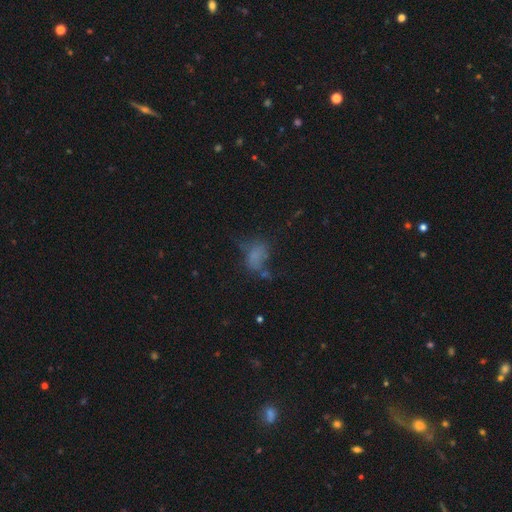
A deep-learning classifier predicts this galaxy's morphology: smooth 60%, featured or disk 22%, star or artifact 19%. Down the decision tree: how rounded — in between (82%); merging — none (35%).